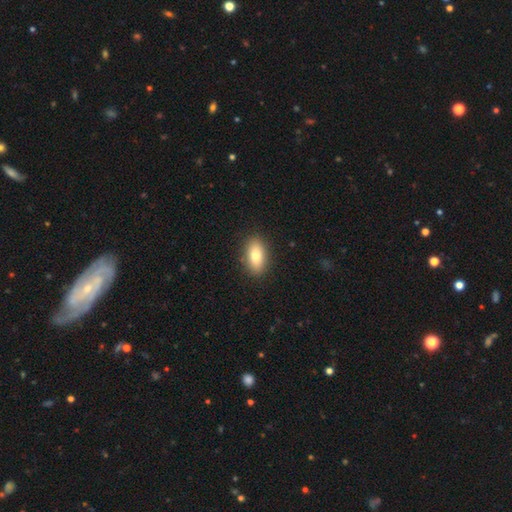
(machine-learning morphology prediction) Smooth or featured? Predicted: smooth (p=0.77). How rounded? Predicted: in between (p=0.88). Merging? Predicted: none (p=0.88).